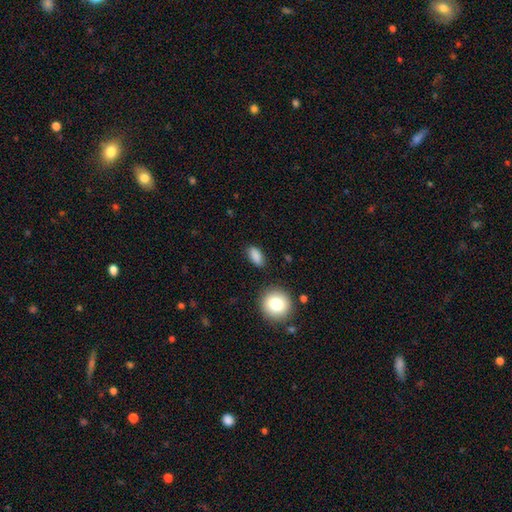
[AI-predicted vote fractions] This appears to be a smooth galaxy with no disk features (86%) that is in between round and cigar-shaped (84%). Merging: none (83%).